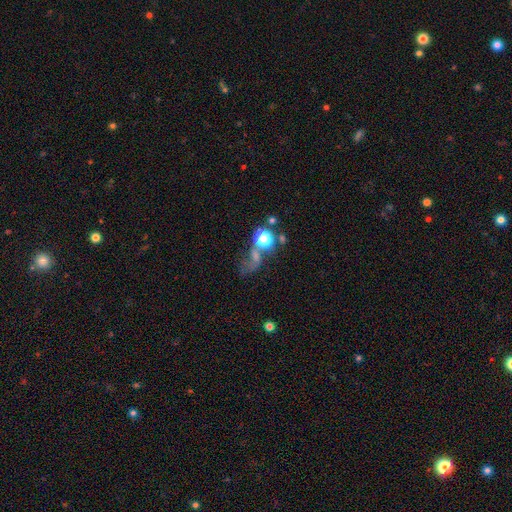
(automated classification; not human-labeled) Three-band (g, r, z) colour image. It shows a smooth galaxy with no disk features (37%, tied with star or artifact). Merging: none (33%).